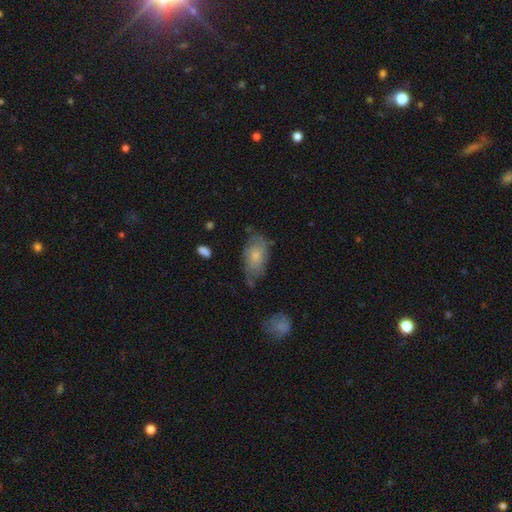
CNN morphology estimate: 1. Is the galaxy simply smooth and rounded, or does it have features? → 59% smooth, 34% featured or disk, 7% star or artifact.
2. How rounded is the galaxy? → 90% in between, 7% round, 3% cigar-shaped.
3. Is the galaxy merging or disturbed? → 54% none, 32% minor disturbance, 11% major disturbance, 4% merger.